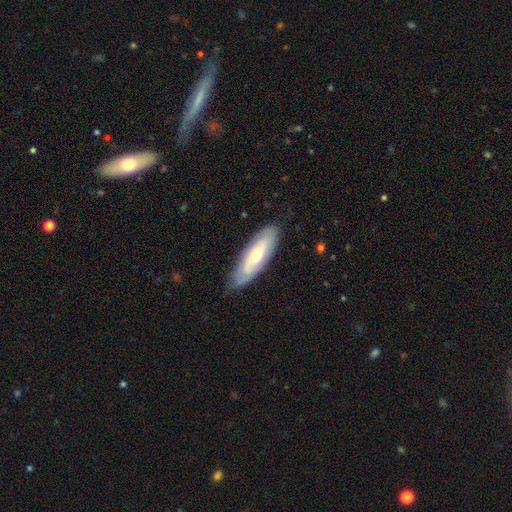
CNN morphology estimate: smooth-or-featured: featured or disk: 54% | smooth: 41% | star or artifact: 6%
  disk-edge-on: no: 71% | yes: 29%
  merging: none: 80% | minor disturbance: 15% | major disturbance: 3% | merger: 1%